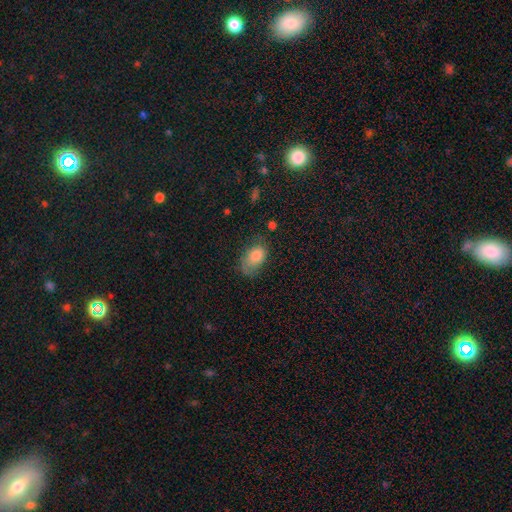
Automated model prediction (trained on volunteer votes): Smooth or featured: smooth — 75% (featured or disk — 16%)
How rounded: in between — 88% (round — 10%)
Merging: none — 52% (minor disturbance — 31%)